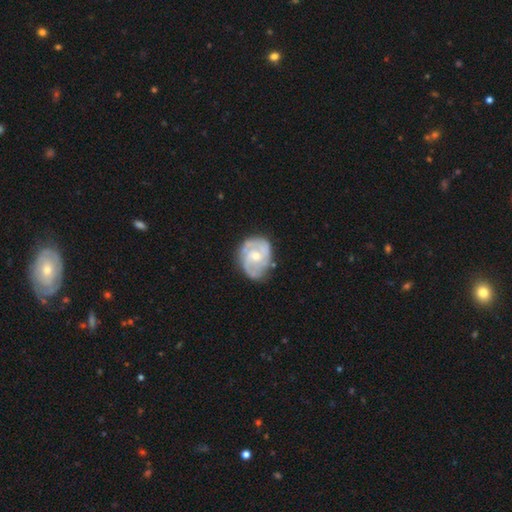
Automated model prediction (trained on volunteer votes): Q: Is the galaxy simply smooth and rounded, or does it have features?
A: featured or disk — 77%.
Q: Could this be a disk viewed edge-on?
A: no — 98%.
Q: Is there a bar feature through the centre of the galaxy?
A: no — 69%.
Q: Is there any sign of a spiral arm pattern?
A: yes — 87%.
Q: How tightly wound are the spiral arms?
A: tight — 47%.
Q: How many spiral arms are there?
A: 2 — 47%.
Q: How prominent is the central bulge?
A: moderate — 51%.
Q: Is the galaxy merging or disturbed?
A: none — 64%.